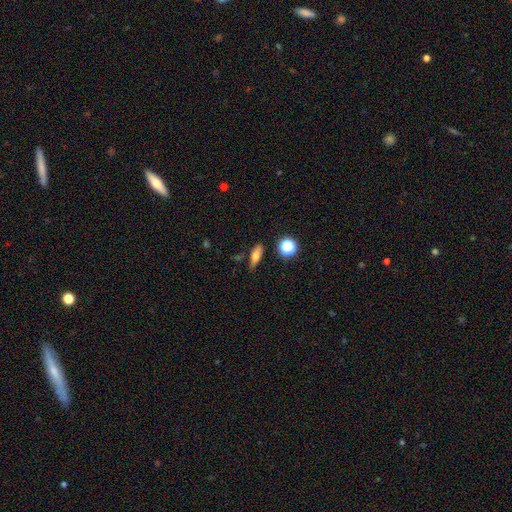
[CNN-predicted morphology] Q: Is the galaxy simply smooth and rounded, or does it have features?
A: smooth — 64%.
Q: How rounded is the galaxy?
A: in between — 60%.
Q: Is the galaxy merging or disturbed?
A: none — 75%.